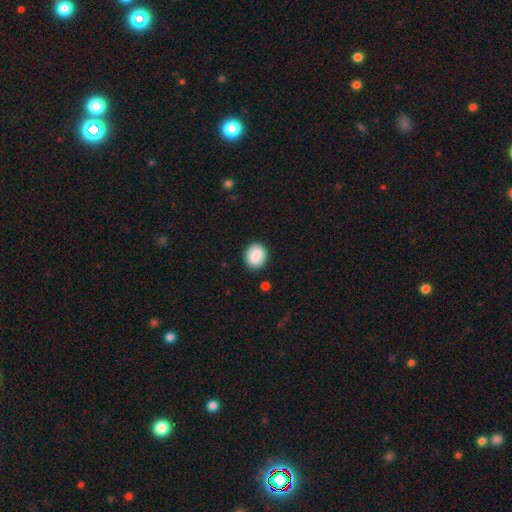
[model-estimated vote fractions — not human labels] smooth-or-featured: smooth: 88% | star or artifact: 8% | featured or disk: 5%
  how-rounded: round: 76% | in between: 24% | cigar-shaped: 1%
  merging: none: 89% | minor disturbance: 7% | major disturbance: 2% | merger: 1%